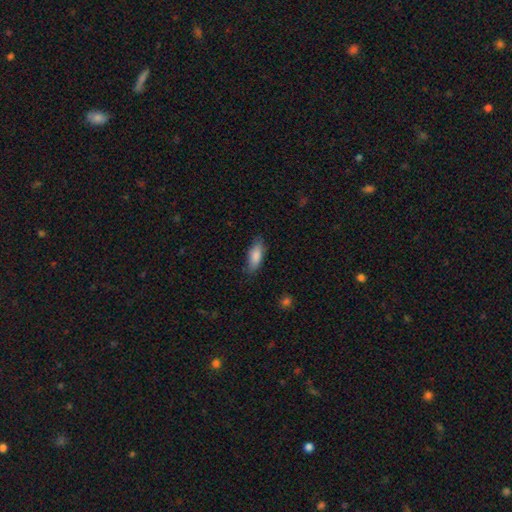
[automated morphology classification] A smooth galaxy with no disk features (85%) that is in between round and cigar-shaped (73%).

Vote fractions:
- Smooth or featured? smooth: 85% / featured or disk: 9% / star or artifact: 6%
- How rounded? in between: 73% / cigar-shaped: 25% / round: 2%
- Merging? none: 78% / minor disturbance: 17% / major disturbance: 3% / merger: 1%